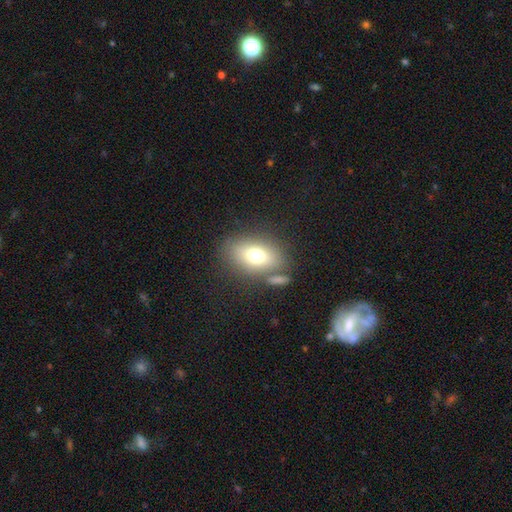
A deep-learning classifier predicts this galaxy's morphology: This appears to be a smooth galaxy with no disk features (72%) that is in between round and cigar-shaped (79%). Merging: none (69%).